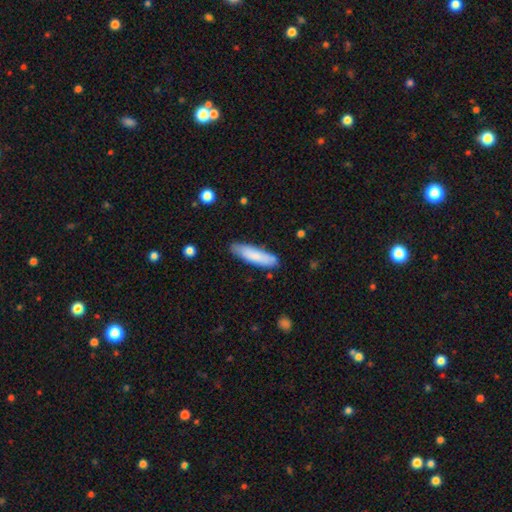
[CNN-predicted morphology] smooth_or_featured: smooth (p=0.80) [alt: featured or disk p=0.14]
how_rounded: cigar-shaped (p=0.68) [alt: in between p=0.31]
merging: none (p=0.80) [alt: minor disturbance p=0.15]